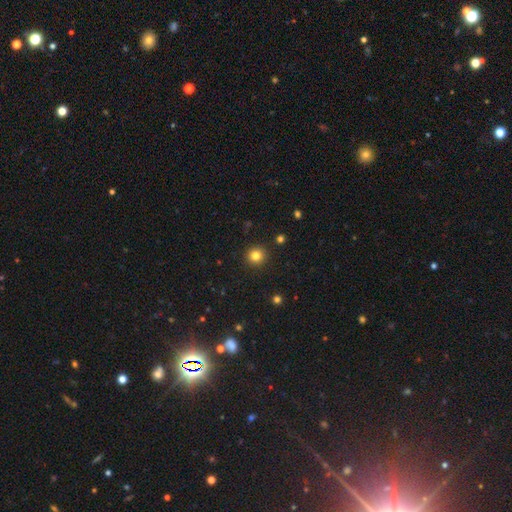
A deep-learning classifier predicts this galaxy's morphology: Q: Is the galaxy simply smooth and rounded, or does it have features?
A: smooth — 81%.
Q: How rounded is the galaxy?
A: round — 94%.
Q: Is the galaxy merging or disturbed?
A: none — 92%.